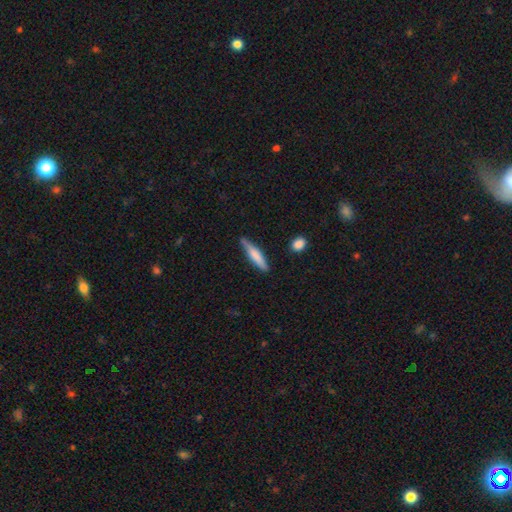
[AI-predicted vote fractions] A smooth galaxy with no disk features (68%) that is cigar-shaped (85%).

Vote fractions:
- Smooth or featured? smooth: 68% / featured or disk: 26% / star or artifact: 6%
- How rounded? cigar-shaped: 85% / in between: 13% / round: 2%
- Merging? none: 75% / minor disturbance: 18% / merger: 3% / major disturbance: 3%